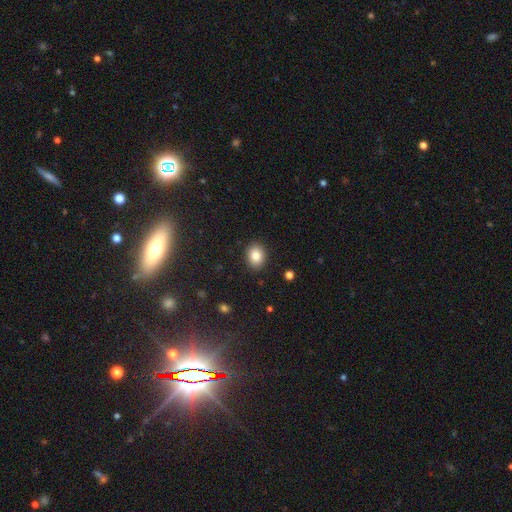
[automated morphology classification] The model was most divided on "how rounded": in between: 53%, round: 46%, cigar-shaped: 1%. More confident: merging — none (89%); smooth or featured — smooth (85%).